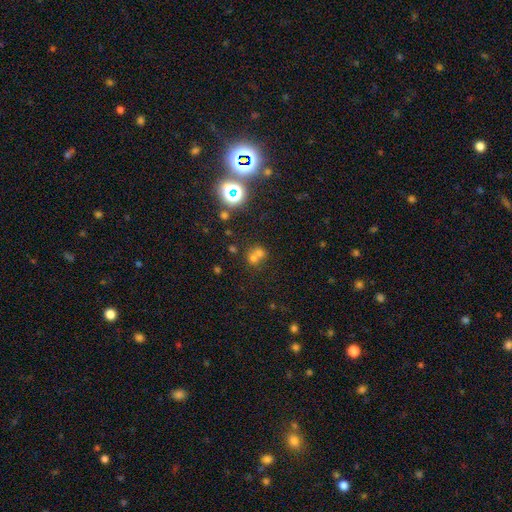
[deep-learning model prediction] Smooth or featured: smooth — 57% (star or artifact — 27%)
How rounded: round — 78% (in between — 21%)
Merging: merger — 55% (none — 36%)